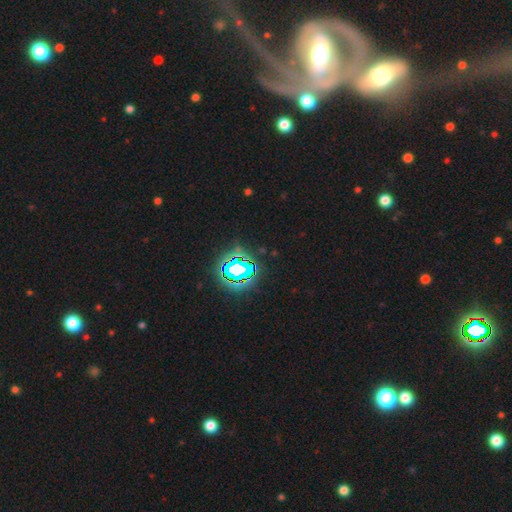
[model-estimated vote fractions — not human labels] featured or disk 45%, star or artifact 37%, smooth 18%. Down the decision tree: merging — none (46%).